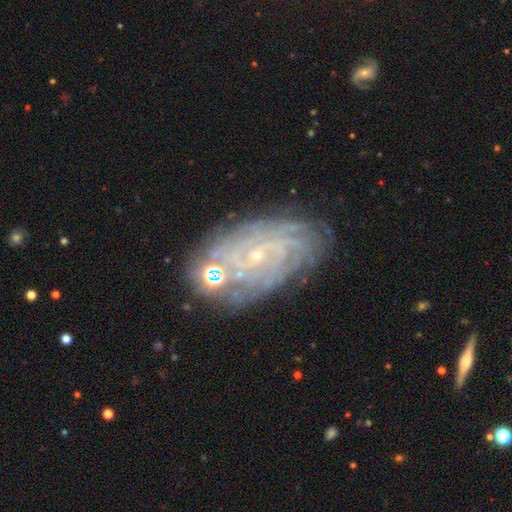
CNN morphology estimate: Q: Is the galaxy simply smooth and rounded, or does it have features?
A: featured or disk — 82%.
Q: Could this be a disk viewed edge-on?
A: no — 96%.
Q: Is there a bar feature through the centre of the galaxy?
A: no — 67%.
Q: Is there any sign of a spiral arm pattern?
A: yes — 96%.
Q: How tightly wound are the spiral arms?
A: tight — 79%.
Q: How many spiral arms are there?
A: can't tell — 33%.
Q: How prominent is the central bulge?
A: small — 86%.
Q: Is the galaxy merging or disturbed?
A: none — 73%.